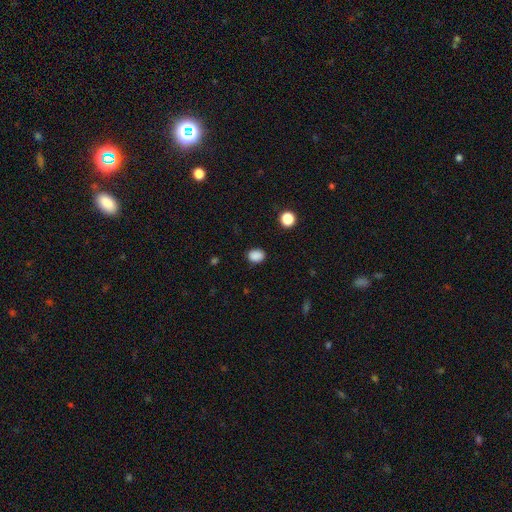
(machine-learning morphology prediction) type=smooth (87%); roundness=in between (59%); merging=none (86%).